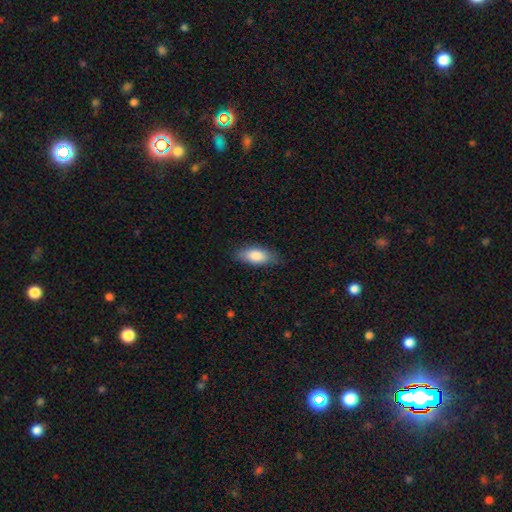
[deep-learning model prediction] Overall: smooth (83%). How rounded: in between (82%). Merging: none (80%).